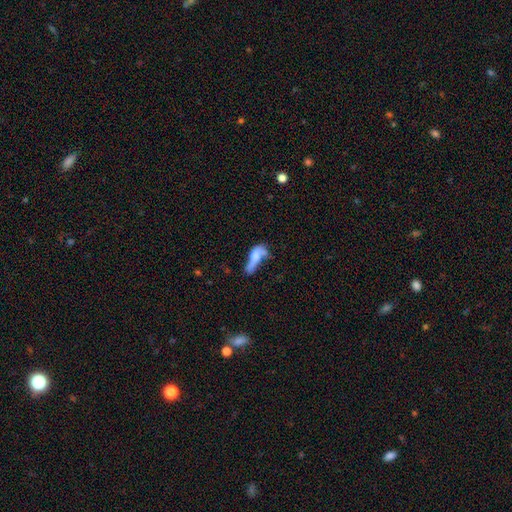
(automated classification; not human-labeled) Smooth or featured: smooth — 53% (featured or disk — 37%)
How rounded: in between — 59% (cigar-shaped — 36%)
Merging: major disturbance — 34% (merger — 29%)